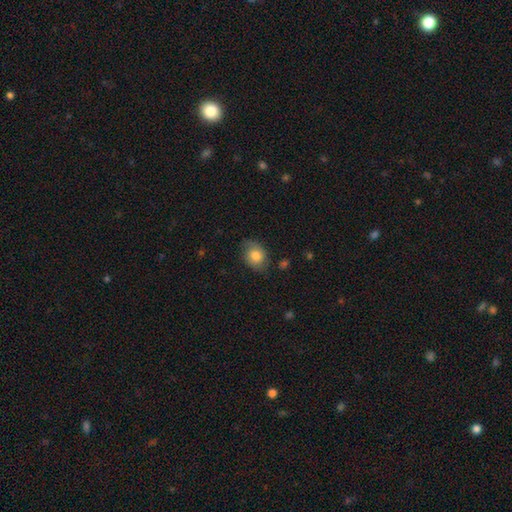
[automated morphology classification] A smooth galaxy with no disk features (74%) that is in between round and cigar-shaped (62%).

Vote fractions:
- Smooth or featured? smooth: 74% / featured or disk: 18% / star or artifact: 8%
- How rounded? in between: 62% / round: 37% / cigar-shaped: 1%
- Merging? none: 71% / minor disturbance: 21% / major disturbance: 5% / merger: 2%